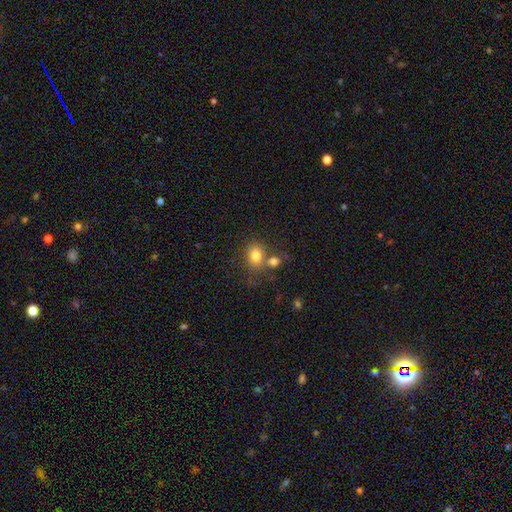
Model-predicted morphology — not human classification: smooth_or_featured: smooth (p=0.80) [alt: star or artifact p=0.11]
how_rounded: round (p=0.54) [alt: in between p=0.45]
merging: none (p=0.52) [alt: merger p=0.31]